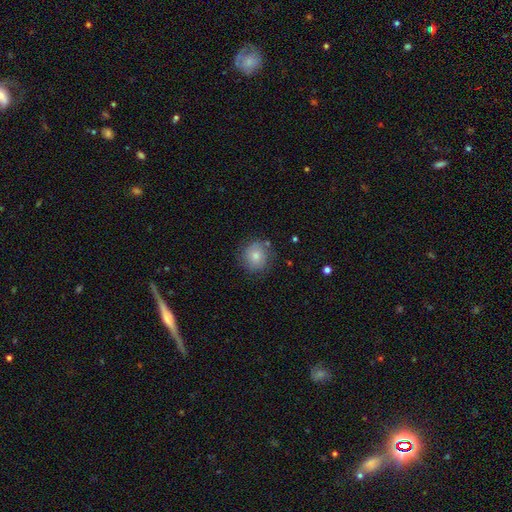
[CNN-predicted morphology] Smooth or featured? smooth (77%)
How rounded? round (89%)
Merging? none (79%)